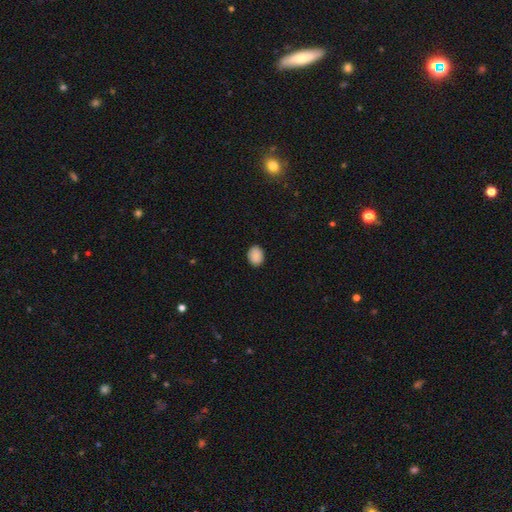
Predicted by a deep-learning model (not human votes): Q: Smooth or featured?
A: smooth (89%); runner-up: star or artifact (8%)
Q: How rounded?
A: in between (59%); runner-up: round (40%)
Q: Merging?
A: none (88%); runner-up: minor disturbance (9%)